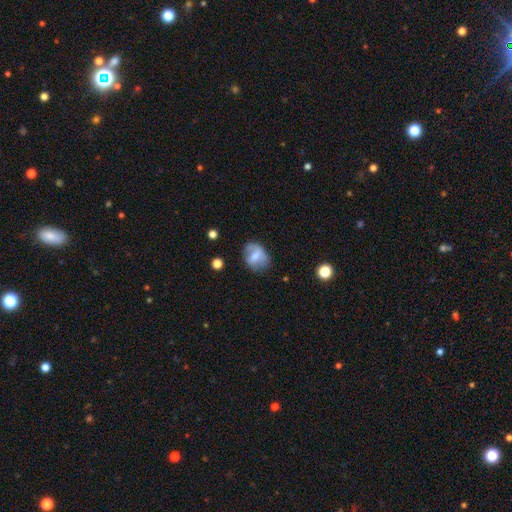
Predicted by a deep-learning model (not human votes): This appears to be a smooth galaxy with no disk features (49%). Merging: none (59%).